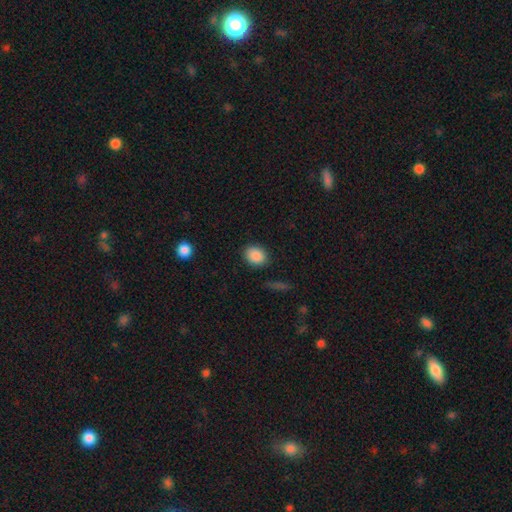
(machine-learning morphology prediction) Overall: smooth (88%). How rounded: in between (54%; round 45%). Merging: none (86%).